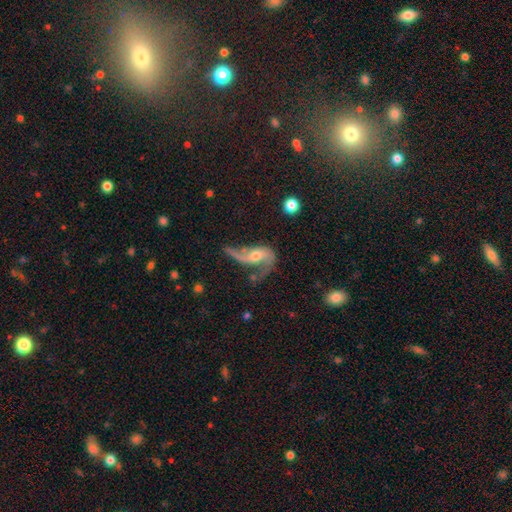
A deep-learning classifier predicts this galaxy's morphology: Smooth or featured? featured or disk (83%)
Edge-on disk? no (94%)
Bar? no (54%)
Spiral arms? yes (92%)
Spiral winding? loose (79%)
Spiral arm count? 2 (83%)
Bulge size? moderate (54%)
Merging? none (39%)